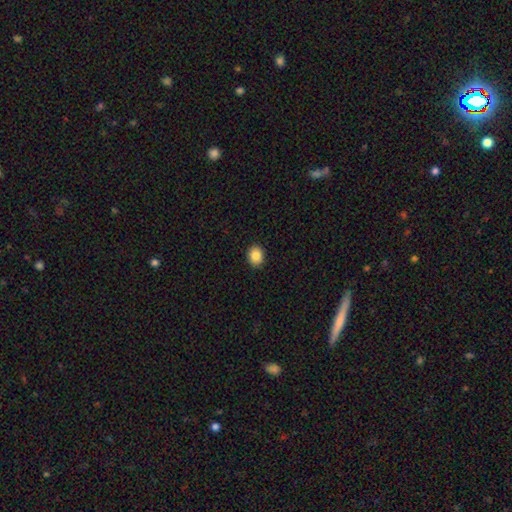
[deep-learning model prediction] This appears to be a smooth galaxy with no disk features (86%) that is round (51%). Merging: none (91%).